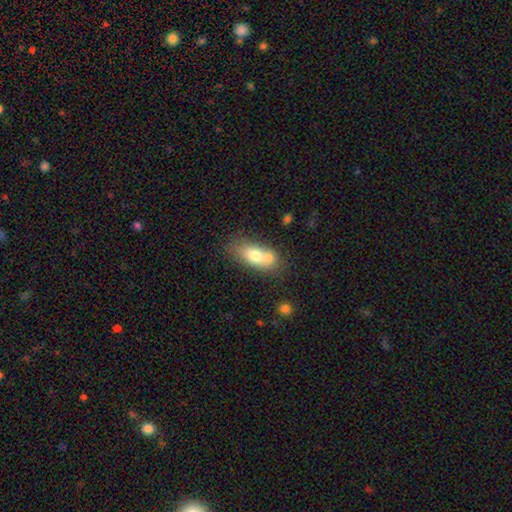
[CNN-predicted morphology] Smooth or featured?
  - smooth: 68% *
  - featured or disk: 24%
  - star or artifact: 8%
How rounded?
  - in between: 81% *
  - round: 10%
  - cigar-shaped: 9%
Merging?
  - merger: 41% *
  - none: 39%
  - minor disturbance: 15%
  - major disturbance: 5%